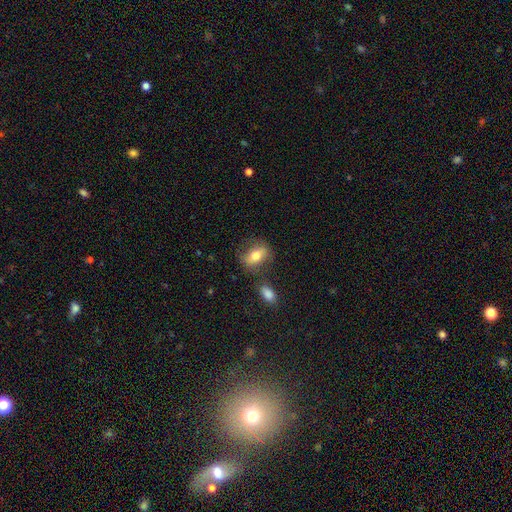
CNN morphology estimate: The model was most divided on "smooth or featured": smooth: 66%, featured or disk: 26%, star or artifact: 8%. More confident: how rounded — in between (77%); merging — none (68%).